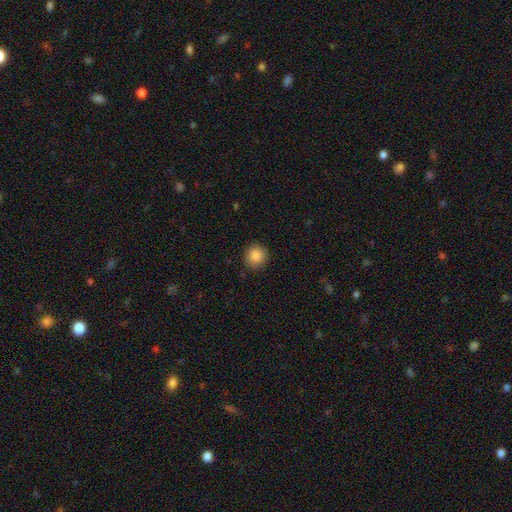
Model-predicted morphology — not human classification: Q: Smooth or featured?
A: smooth (87%); runner-up: star or artifact (9%)
Q: How rounded?
A: round (91%); runner-up: in between (8%)
Q: Merging?
A: none (89%); runner-up: minor disturbance (8%)